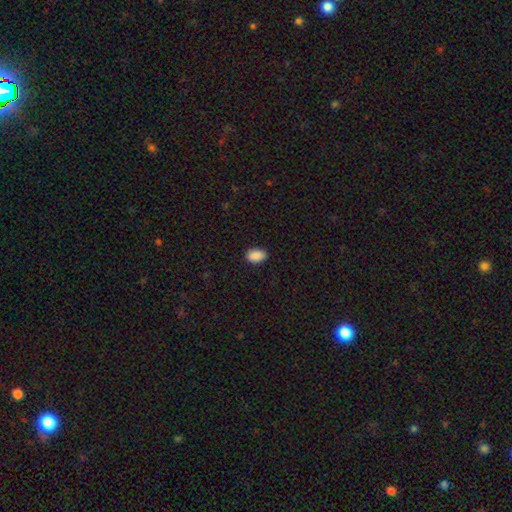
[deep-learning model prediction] This is clearly a smooth galaxy (90%). How rounded: clearly in between (89%). Merging: clearly none (89%).